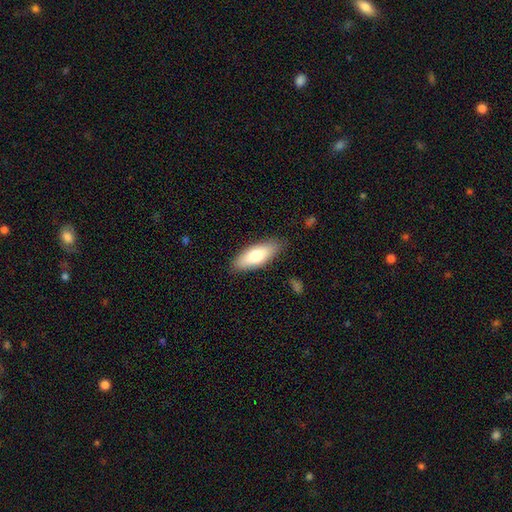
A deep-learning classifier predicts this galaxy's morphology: smooth 77%, featured or disk 18%, star or artifact 6%. Down the decision tree: how rounded — in between (67%); merging — none (84%).